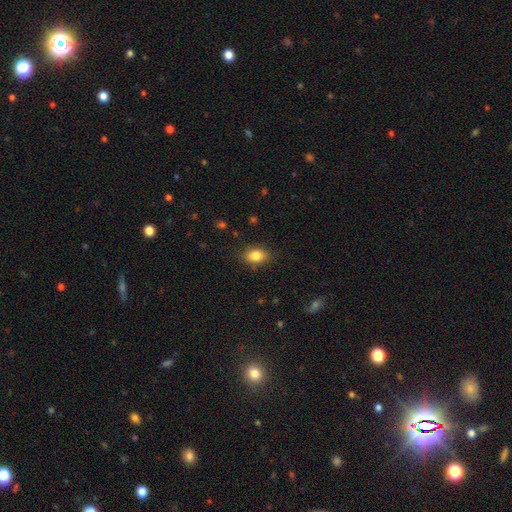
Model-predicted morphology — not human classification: This is clearly a smooth galaxy (84%). How rounded: likely in between (78%). Merging: clearly none (85%).